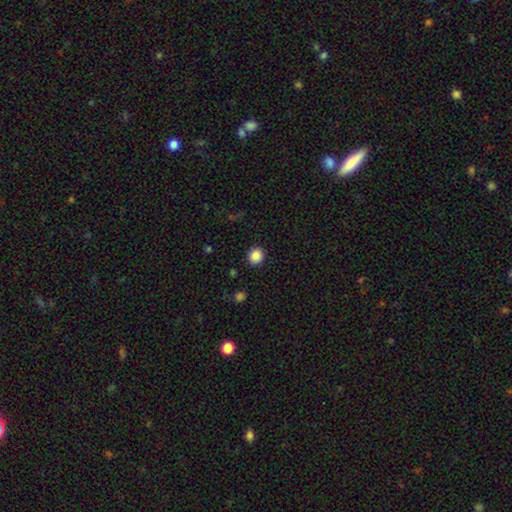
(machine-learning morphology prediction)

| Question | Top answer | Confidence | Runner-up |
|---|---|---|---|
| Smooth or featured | smooth | 87% | star or artifact (10%) |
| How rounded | round | 85% | in between (14%) |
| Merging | none | 91% | minor disturbance (6%) |